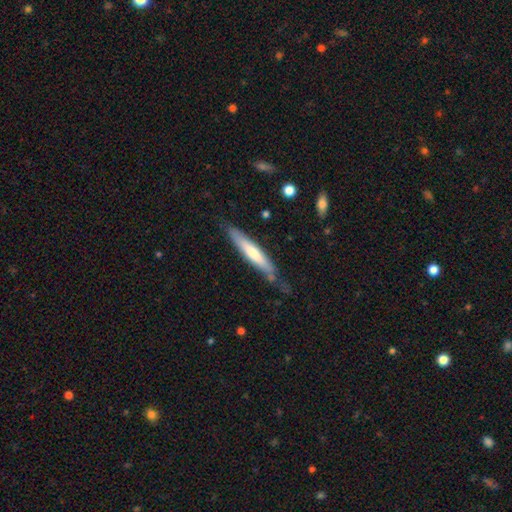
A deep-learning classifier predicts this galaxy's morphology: Smooth or featured: smooth — 61% (featured or disk — 34%)
How rounded: cigar-shaped — 90% (in between — 9%)
Merging: none — 69% (minor disturbance — 22%)